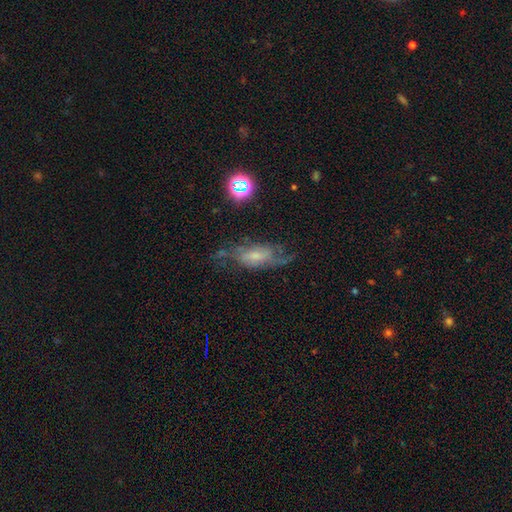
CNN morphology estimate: Smooth or featured? featured or disk (61%)
Edge-on disk? no (86%)
Bar? no (53%)
Spiral arms? yes (80%)
Bulge size? small (47%)
Merging? none (53%)